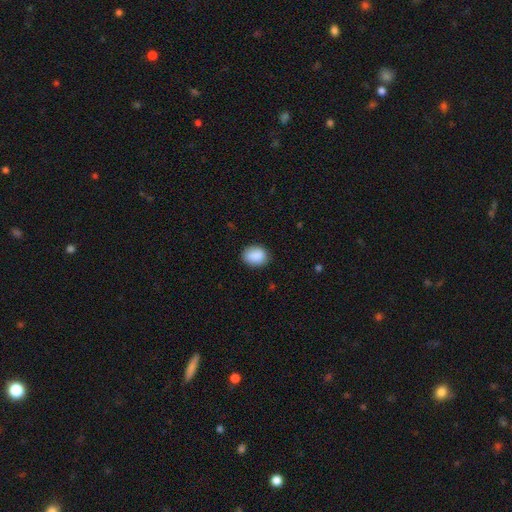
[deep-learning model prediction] Smooth or featured? Predicted: smooth (p=0.89). How rounded? Predicted: in between (p=0.63). Merging? Predicted: none (p=0.84).